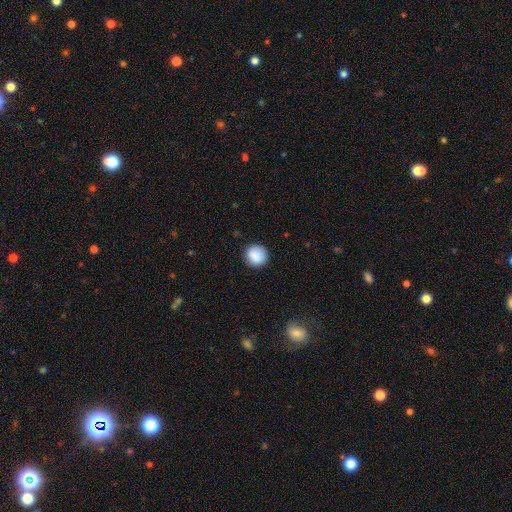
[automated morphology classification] A smooth galaxy with no disk features (88%) that is round (92%). Merging: none (90%).